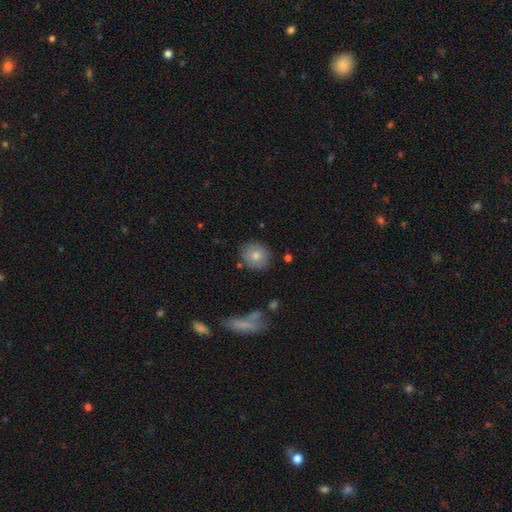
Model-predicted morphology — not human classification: Smooth or featured? smooth (78%)
How rounded? round (82%)
Merging? none (83%)